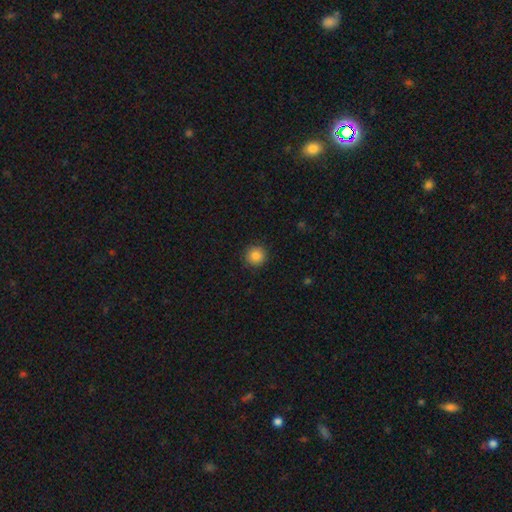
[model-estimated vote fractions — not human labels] Smooth or featured? smooth (84%)
How rounded? round (95%)
Merging? none (92%)